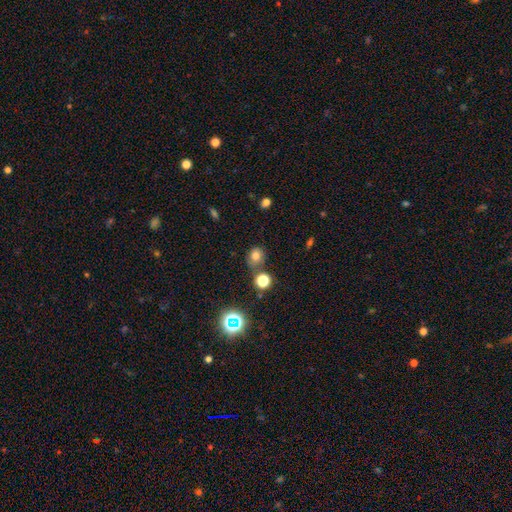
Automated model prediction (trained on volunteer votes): smooth_or_featured: smooth (p=0.73) [alt: star or artifact p=0.19]
how_rounded: round (p=0.73) [alt: in between p=0.25]
merging: none (p=0.68) [alt: minor disturbance p=0.15]